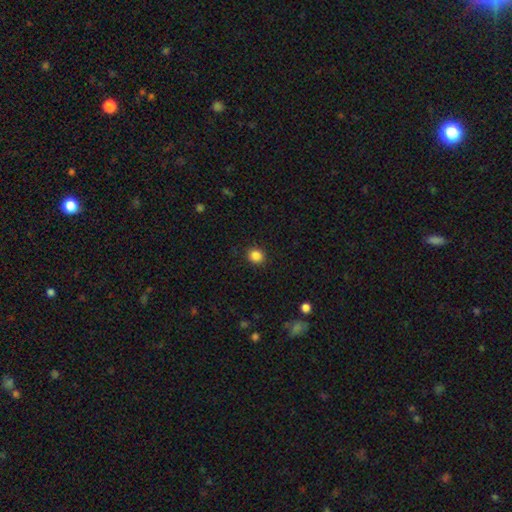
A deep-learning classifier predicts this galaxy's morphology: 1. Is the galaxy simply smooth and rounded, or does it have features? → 86% smooth, 11% star or artifact, 3% featured or disk.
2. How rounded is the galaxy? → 84% round, 15% in between, 1% cigar-shaped.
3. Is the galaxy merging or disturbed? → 91% none, 6% minor disturbance, 2% major disturbance, 1% merger.